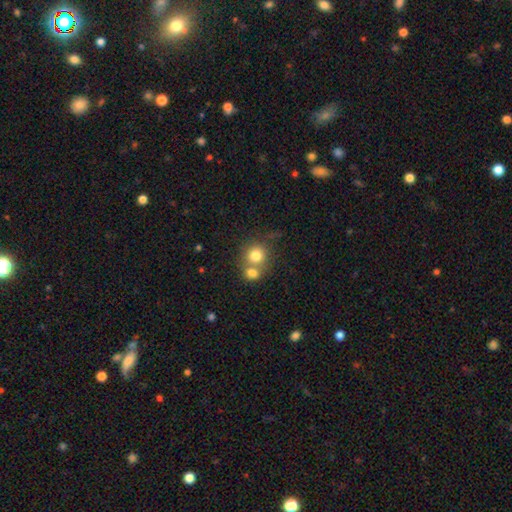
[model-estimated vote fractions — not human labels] A smooth galaxy with no disk features (78%) that is round (84%). Merging: merger (48%).